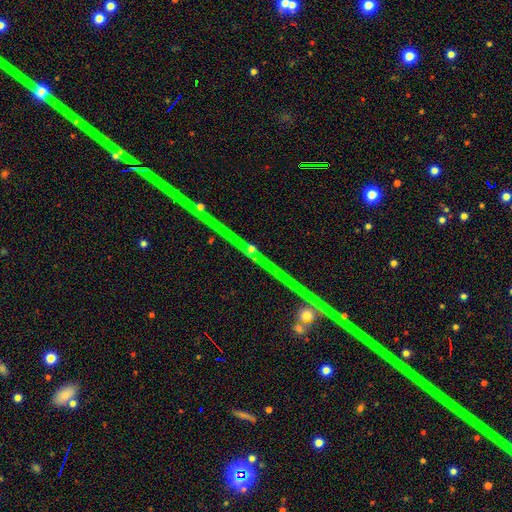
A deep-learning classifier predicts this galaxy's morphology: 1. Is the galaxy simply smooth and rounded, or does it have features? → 82% star or artifact, 10% featured or disk, 7% smooth.